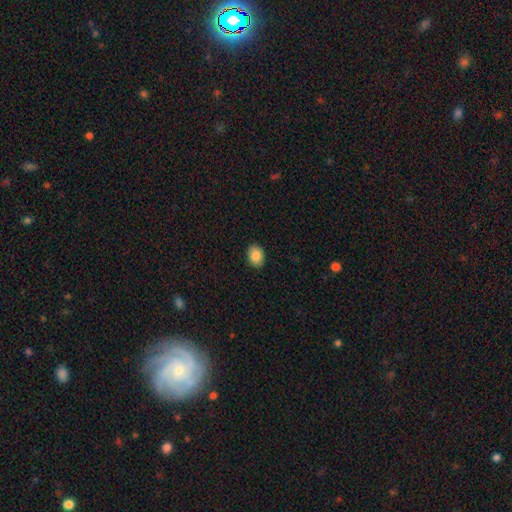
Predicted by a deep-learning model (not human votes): This appears to be a smooth galaxy with no disk features (86%) that is in between round and cigar-shaped (72%). Merging: none (90%).